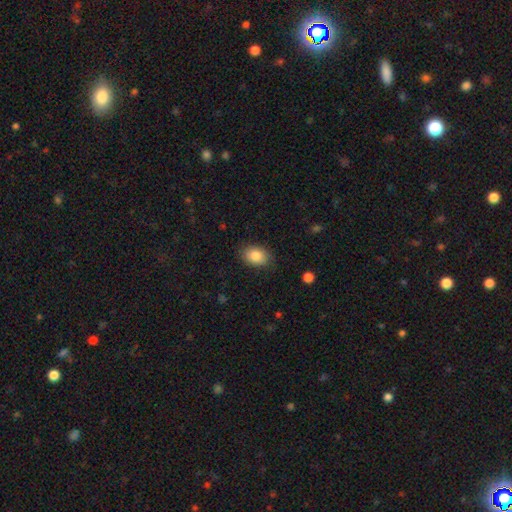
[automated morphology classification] smooth-or-featured: smooth: 86% | star or artifact: 7% | featured or disk: 7%
  how-rounded: in between: 78% | round: 21% | cigar-shaped: 1%
  merging: none: 83% | minor disturbance: 13% | major disturbance: 3% | merger: 1%